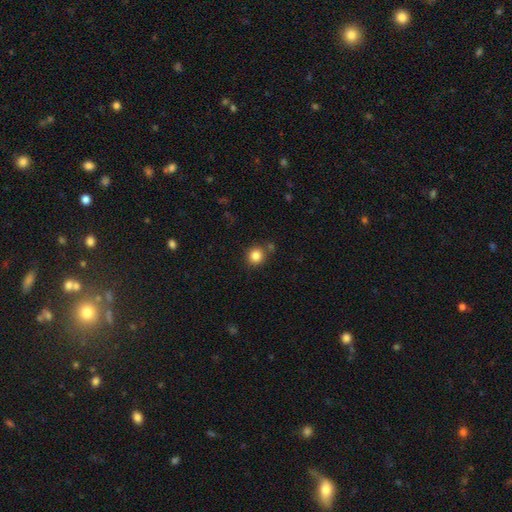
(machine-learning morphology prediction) Smooth or featured?
  - smooth: 85% *
  - star or artifact: 11%
  - featured or disk: 4%
How rounded?
  - round: 87% *
  - in between: 12%
  - cigar-shaped: 1%
Merging?
  - none: 79% *
  - minor disturbance: 10%
  - merger: 7%
  - major disturbance: 3%